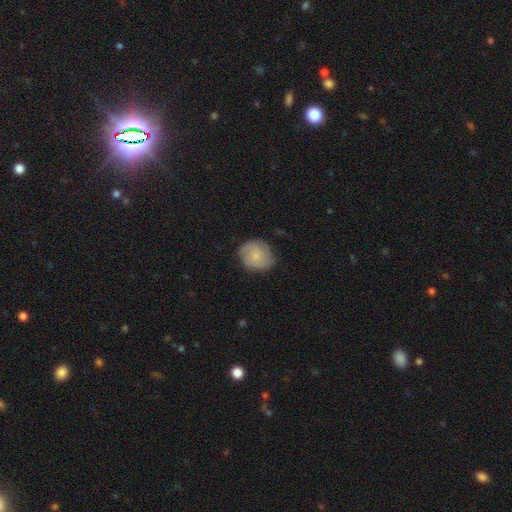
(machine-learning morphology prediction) smooth 64%, featured or disk 29%, star or artifact 7%. Down the decision tree: how rounded — round (75%); merging — none (71%).